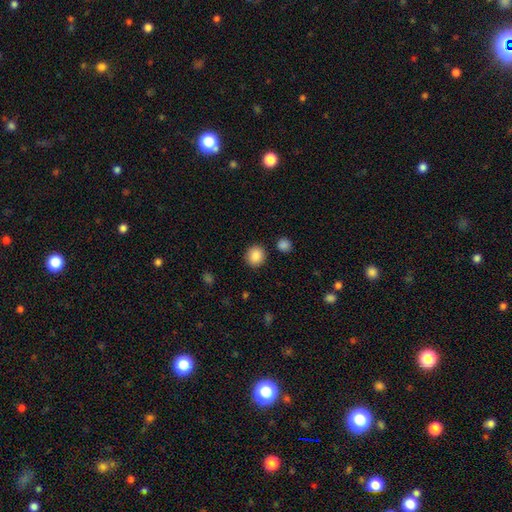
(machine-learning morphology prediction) smooth_or_featured: smooth (p=0.87) [alt: star or artifact p=0.08]
how_rounded: round (p=0.87) [alt: in between p=0.12]
merging: none (p=0.89) [alt: minor disturbance p=0.06]